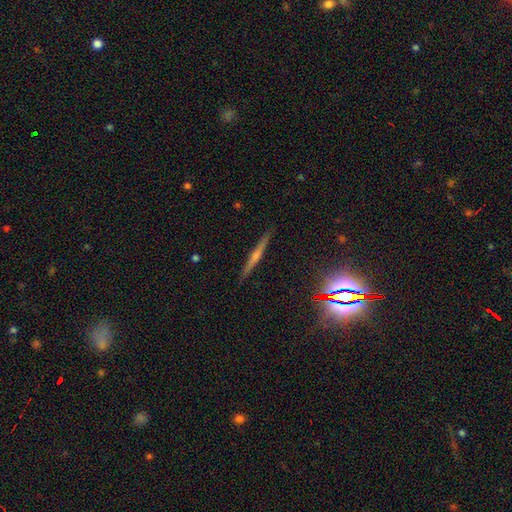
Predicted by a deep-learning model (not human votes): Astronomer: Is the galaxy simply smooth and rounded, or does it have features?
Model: featured or disk — 53%.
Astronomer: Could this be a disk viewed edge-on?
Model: yes — 95%.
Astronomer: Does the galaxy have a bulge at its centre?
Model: rounded — 68%.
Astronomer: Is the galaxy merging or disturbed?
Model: none — 89%.